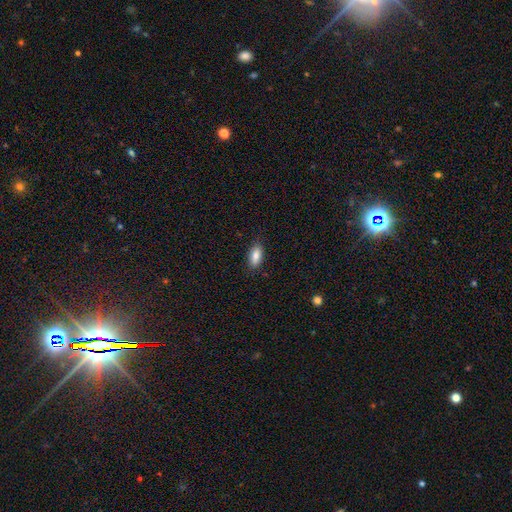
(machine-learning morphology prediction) Smooth or featured? smooth (84%)
How rounded? in between (88%)
Merging? none (85%)